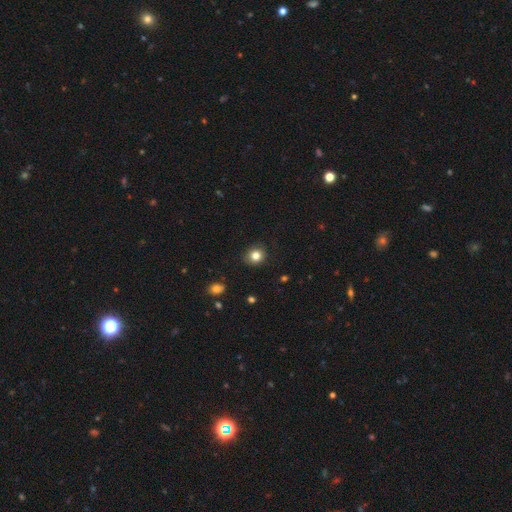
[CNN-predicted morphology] This appears to be a smooth galaxy with no disk features (82%) that is round (79%). Merging: none (85%).